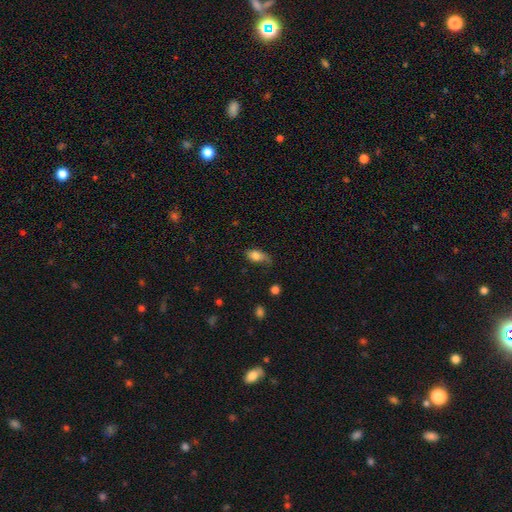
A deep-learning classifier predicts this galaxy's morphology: smooth_or_featured: smooth (p=0.78) [alt: featured or disk p=0.14]
how_rounded: in between (p=0.86) [alt: round p=0.08]
merging: none (p=0.43) [alt: minor disturbance p=0.37]